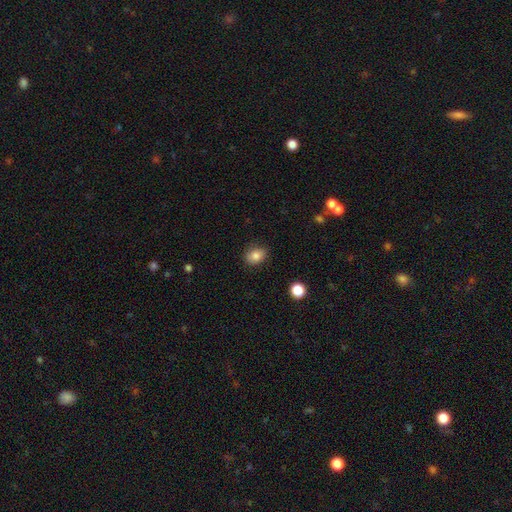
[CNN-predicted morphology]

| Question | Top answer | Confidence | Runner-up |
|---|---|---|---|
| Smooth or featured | smooth | 83% | star or artifact (10%) |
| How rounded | in between | 56% | round (43%) |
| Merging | none | 83% | minor disturbance (13%) |